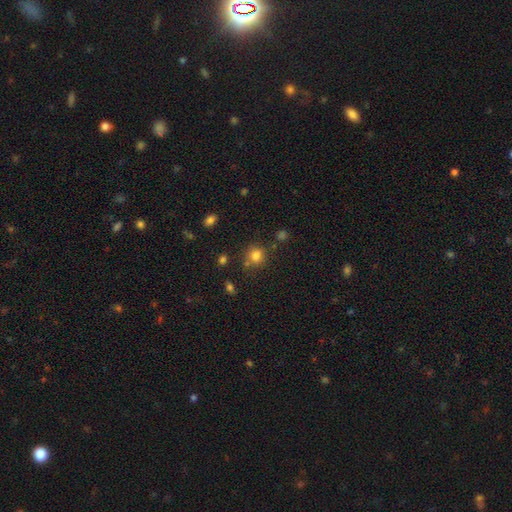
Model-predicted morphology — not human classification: Q: Smooth or featured?
A: smooth (80%); runner-up: star or artifact (14%)
Q: How rounded?
A: round (87%); runner-up: in between (12%)
Q: Merging?
A: none (75%); runner-up: minor disturbance (12%)